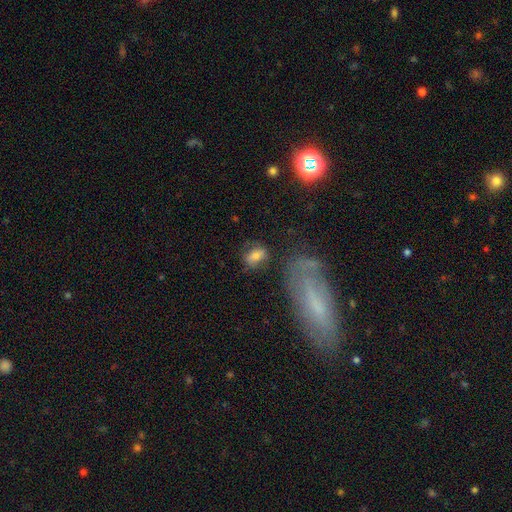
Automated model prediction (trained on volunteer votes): Smooth or featured? Predicted: smooth (p=0.68). How rounded? Predicted: in between (p=0.77). Merging? Predicted: none (p=0.67).